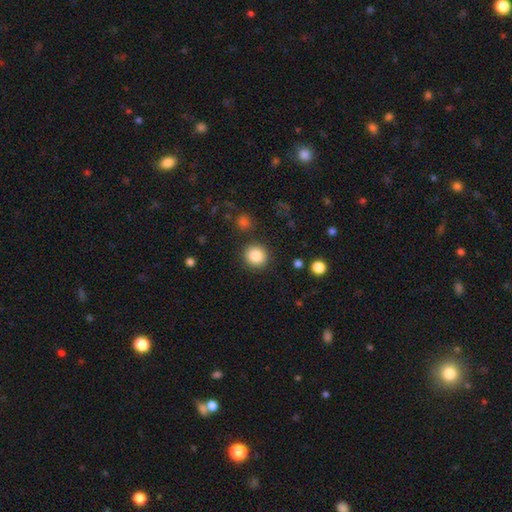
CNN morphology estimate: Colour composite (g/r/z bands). It shows a smooth galaxy with no disk features (87%) that is round (91%). Merging: none (89%).